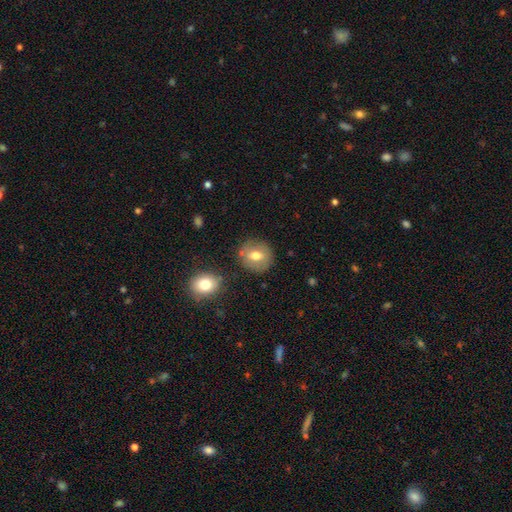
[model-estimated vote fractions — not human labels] This appears to be a smooth galaxy with no disk features (65%) that is round (82%). Merging: none (81%).